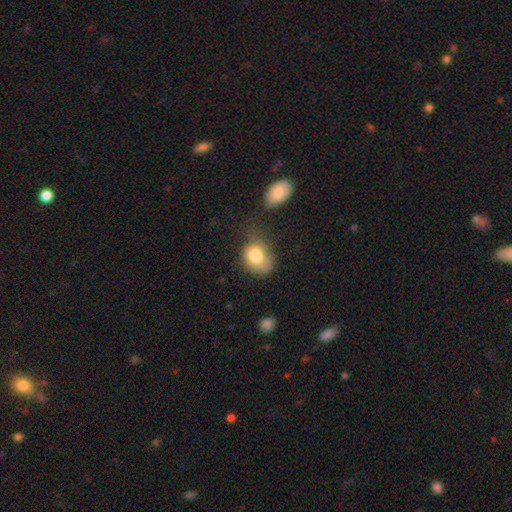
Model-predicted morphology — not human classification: This is likely a smooth galaxy (79%). How rounded: possibly in between (57%). Merging: marginally none (37%).